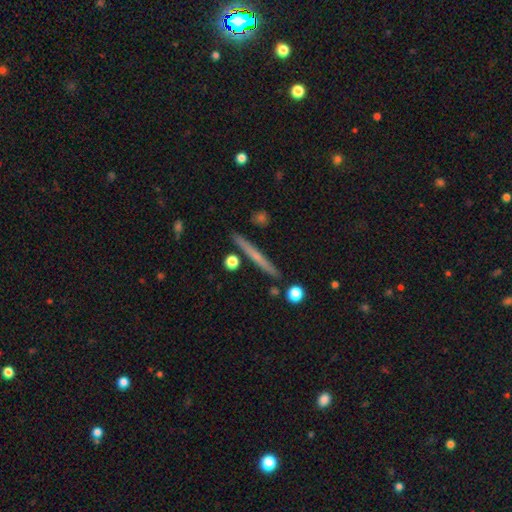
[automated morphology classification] type=featured or disk (48%); merging=none (90%).